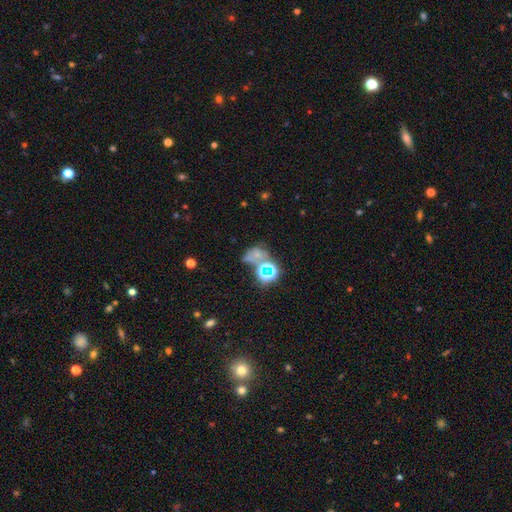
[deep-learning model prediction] The model was most divided on "smooth or featured": star or artifact: 42%, smooth: 40%, featured or disk: 18%.